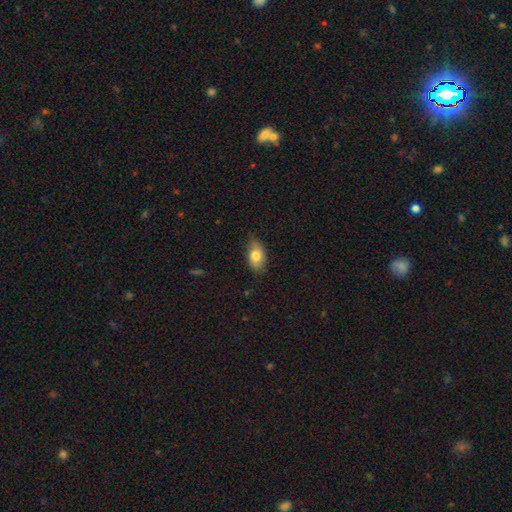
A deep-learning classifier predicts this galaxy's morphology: This appears to be a smooth galaxy with no disk features (79%) that is in between round and cigar-shaped (89%). Merging: none (71%).